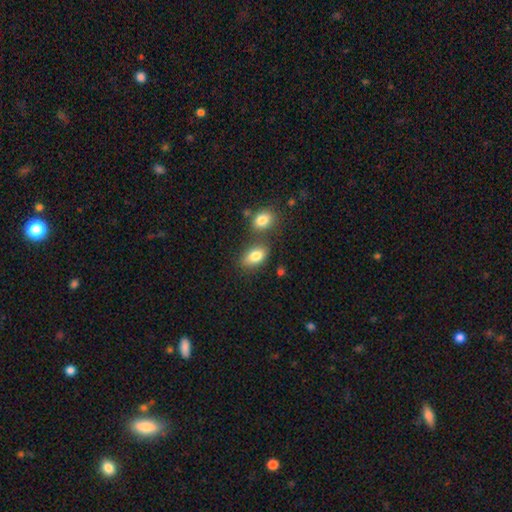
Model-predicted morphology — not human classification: The model was most divided on "merging": none: 62%, merger: 21%, minor disturbance: 13%, major disturbance: 4%. More confident: how rounded — in between (88%); smooth or featured — smooth (82%).